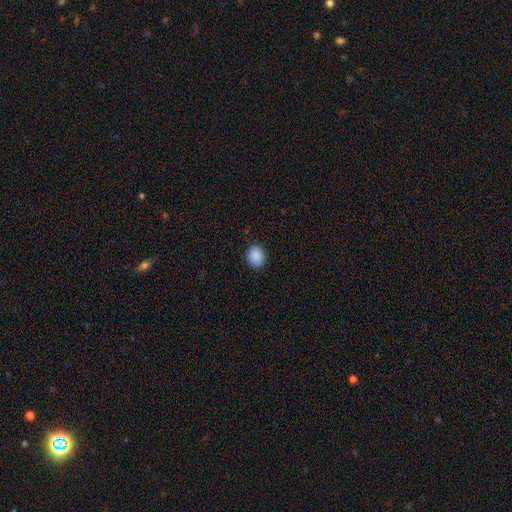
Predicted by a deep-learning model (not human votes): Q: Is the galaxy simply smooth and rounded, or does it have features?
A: smooth — 89%.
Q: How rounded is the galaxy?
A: round — 62%.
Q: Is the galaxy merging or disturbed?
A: none — 89%.